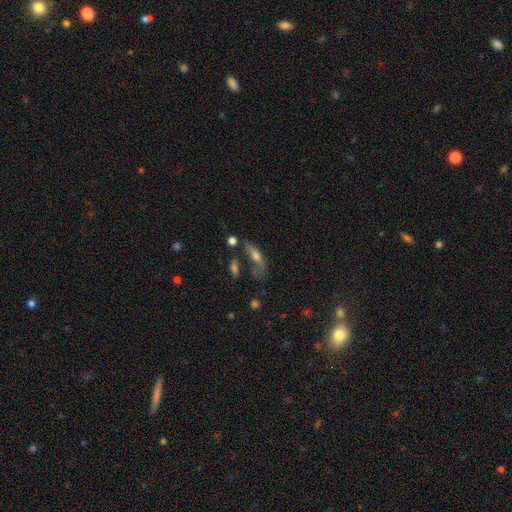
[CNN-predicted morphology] smooth-or-featured: smooth: 55% | featured or disk: 34% | star or artifact: 11%
  how-rounded: in between: 53% | cigar-shaped: 42% | round: 5%
  merging: none: 33% | major disturbance: 29% | minor disturbance: 22% | merger: 16%